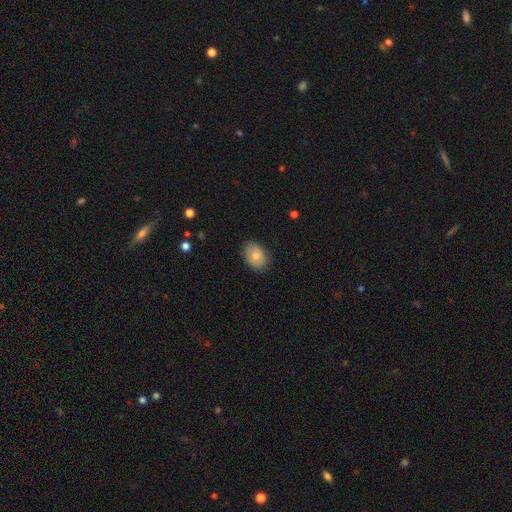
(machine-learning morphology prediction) smooth 79%, featured or disk 14%, star or artifact 7%. Down the decision tree: how rounded — in between (81%); merging — none (84%).